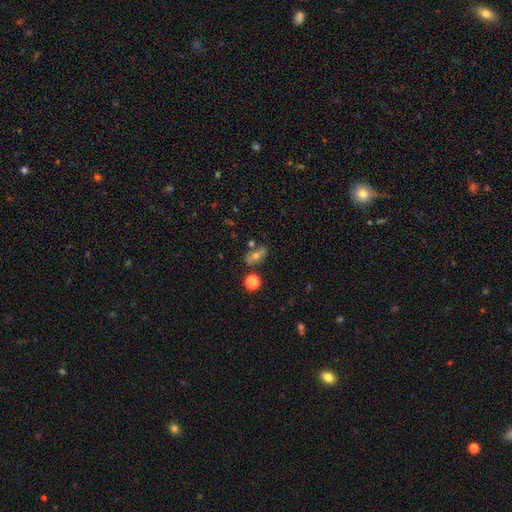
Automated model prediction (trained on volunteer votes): Morphology: type=smooth (48%); merging=none (64%).